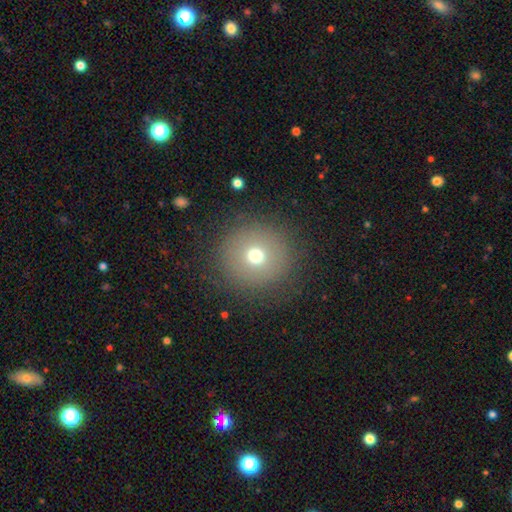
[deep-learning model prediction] A smooth galaxy with no disk features (67%) that is round (95%).

Vote fractions:
- Smooth or featured? smooth: 67% / star or artifact: 17% / featured or disk: 16%
- How rounded? round: 95% / in between: 4% / cigar-shaped: 1%
- Merging? none: 88% / minor disturbance: 7% / major disturbance: 4% / merger: 1%